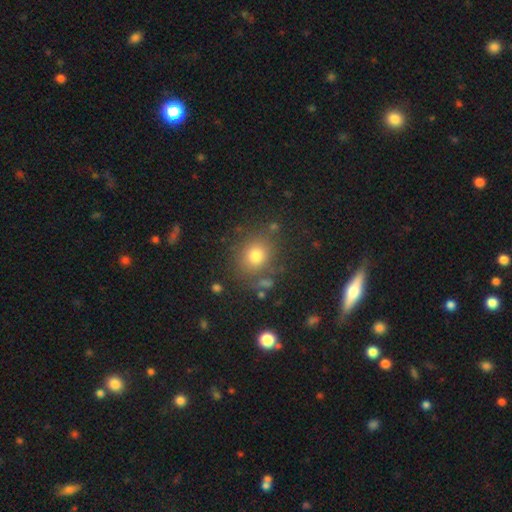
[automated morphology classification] Q: Smooth or featured?
A: smooth (76%); runner-up: star or artifact (15%)
Q: How rounded?
A: round (72%); runner-up: in between (27%)
Q: Merging?
A: none (79%); runner-up: minor disturbance (11%)